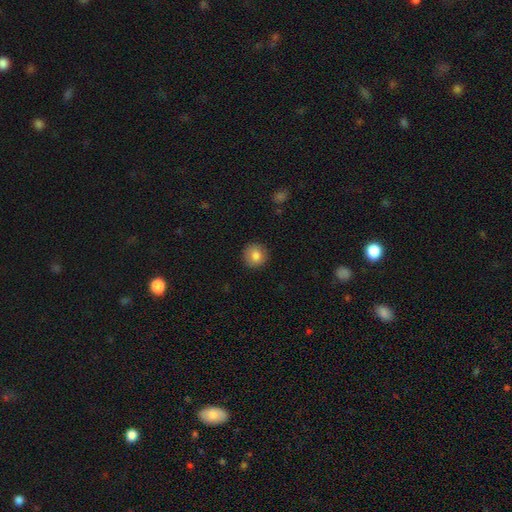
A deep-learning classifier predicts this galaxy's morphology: smooth-or-featured: smooth: 83% | star or artifact: 9% | featured or disk: 8%
  how-rounded: round: 93% | in between: 6% | cigar-shaped: 1%
  merging: none: 91% | minor disturbance: 6% | major disturbance: 2% | merger: 1%